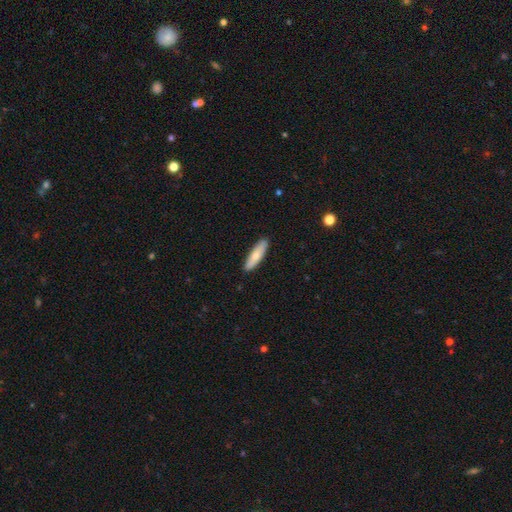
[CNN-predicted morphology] This appears to be a smooth galaxy with no disk features (70%) that is cigar-shaped (68%). Merging: none (90%).